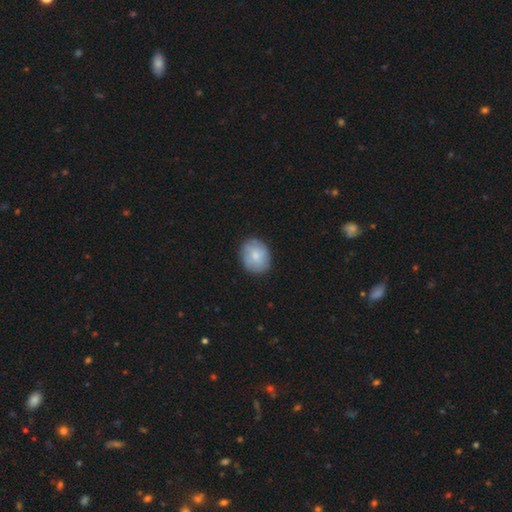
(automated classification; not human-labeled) smooth_or_featured: smooth (p=0.73) [alt: featured or disk p=0.21]
how_rounded: round (p=0.51) [alt: in between p=0.48]
merging: none (p=0.81) [alt: minor disturbance p=0.15]